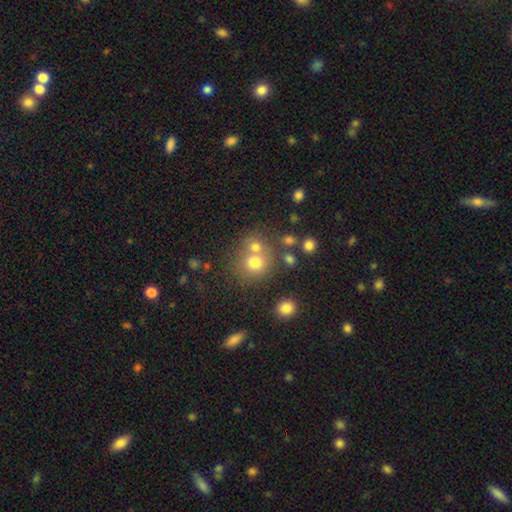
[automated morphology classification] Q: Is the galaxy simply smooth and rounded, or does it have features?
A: smooth — 63%.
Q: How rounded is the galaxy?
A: round — 85%.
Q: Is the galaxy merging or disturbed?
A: none — 52%.